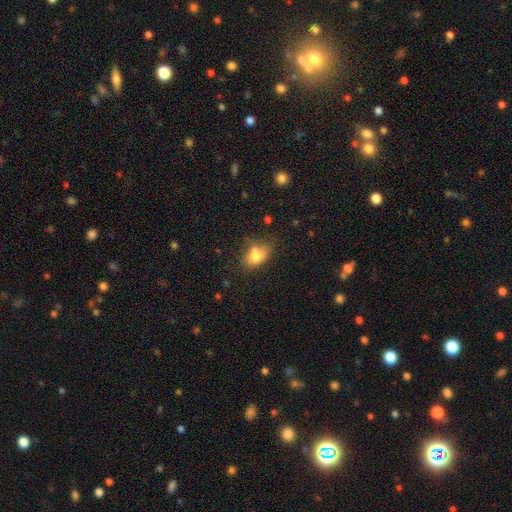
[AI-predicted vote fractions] smooth-or-featured: smooth: 76% | featured or disk: 13% | star or artifact: 11%
  how-rounded: in between: 73% | round: 25% | cigar-shaped: 2%
  merging: none: 48% | minor disturbance: 26% | merger: 16% | major disturbance: 10%